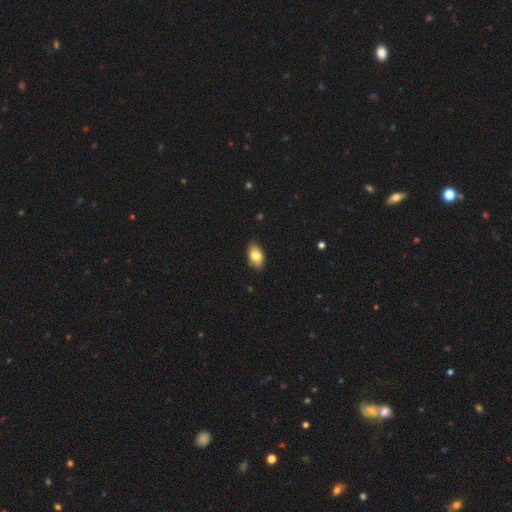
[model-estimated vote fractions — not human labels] Smooth or featured? smooth (79%)
How rounded? in between (92%)
Merging? none (85%)